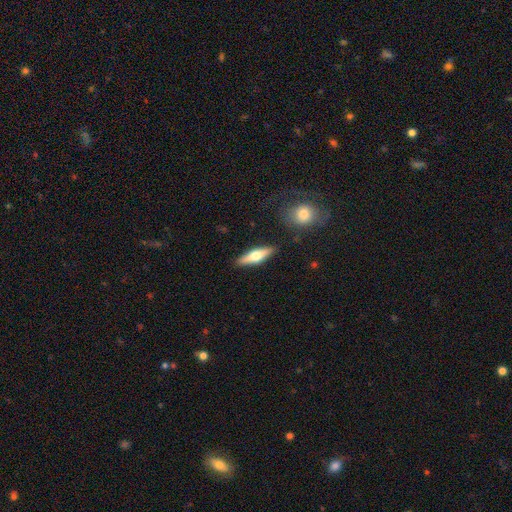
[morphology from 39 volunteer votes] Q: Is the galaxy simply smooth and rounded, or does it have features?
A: featured or disk — 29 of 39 (74%).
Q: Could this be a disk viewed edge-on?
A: yes — 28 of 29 (97%).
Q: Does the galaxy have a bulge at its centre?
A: rounded — 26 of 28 (93%).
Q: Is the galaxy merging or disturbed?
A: none — 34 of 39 (87%).